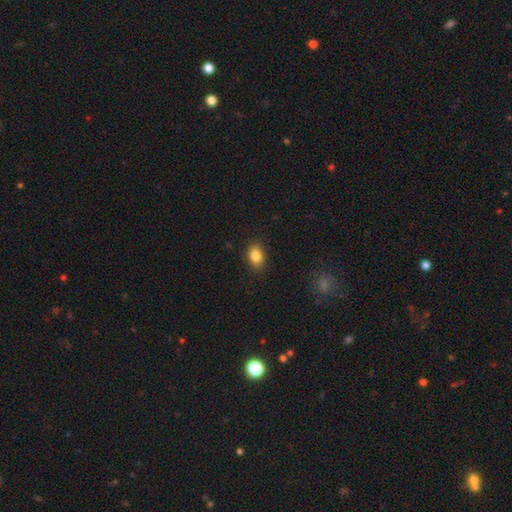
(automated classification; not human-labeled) Smooth or featured? Predicted: smooth (p=0.85). How rounded? Predicted: in between (p=0.74). Merging? Predicted: none (p=0.87).